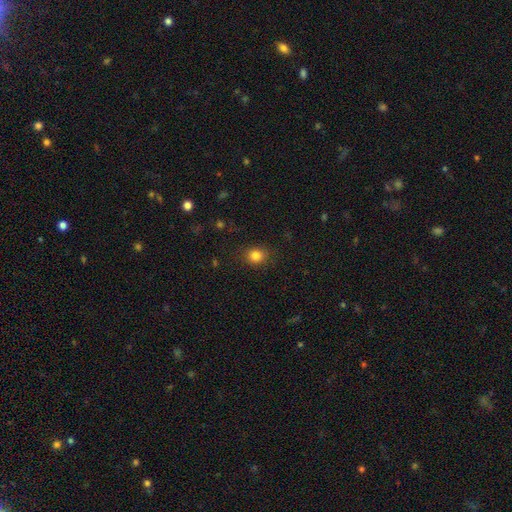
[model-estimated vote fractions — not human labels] Q: Smooth or featured?
A: smooth (83%); runner-up: star or artifact (12%)
Q: How rounded?
A: round (69%); runner-up: in between (30%)
Q: Merging?
A: none (85%); runner-up: minor disturbance (10%)